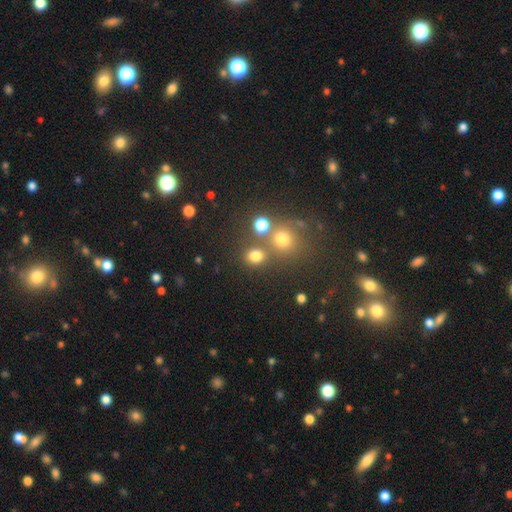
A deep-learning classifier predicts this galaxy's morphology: Smooth or featured: smooth — 76% (star or artifact — 18%)
How rounded: round — 73% (in between — 25%)
Merging: none — 68% (merger — 18%)